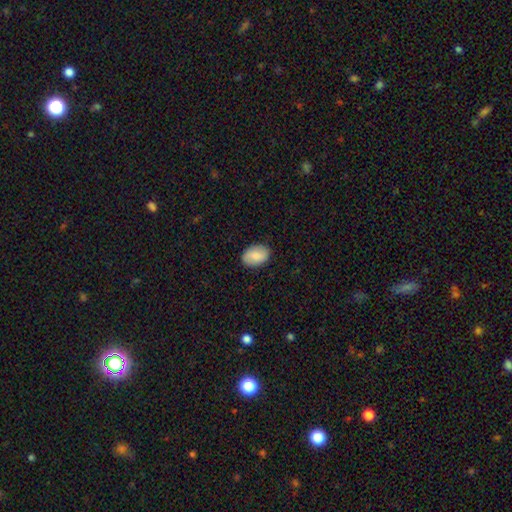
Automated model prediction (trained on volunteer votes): Smooth or featured?
  - smooth: 84% *
  - featured or disk: 9%
  - star or artifact: 6%
How rounded?
  - in between: 84% *
  - round: 15%
  - cigar-shaped: 1%
Merging?
  - none: 87% *
  - minor disturbance: 10%
  - major disturbance: 2%
  - merger: 1%